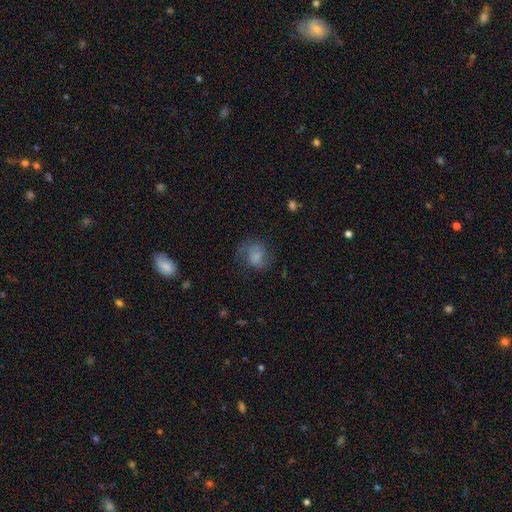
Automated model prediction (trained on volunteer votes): A smooth galaxy with no disk features (65%) that is round (63%). Merging: none (55%).